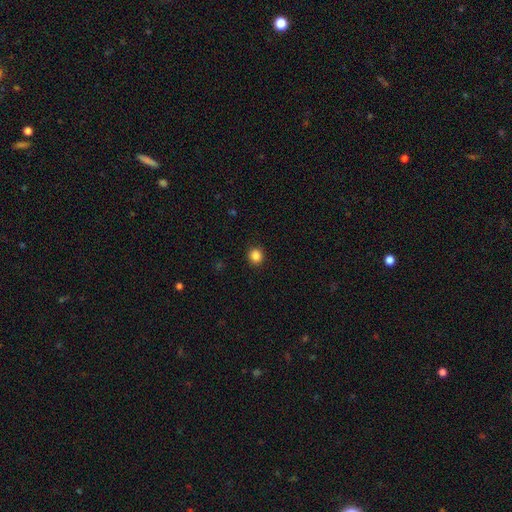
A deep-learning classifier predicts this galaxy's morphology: A smooth galaxy with no disk features (86%) that is round (91%). Merging: none (92%).